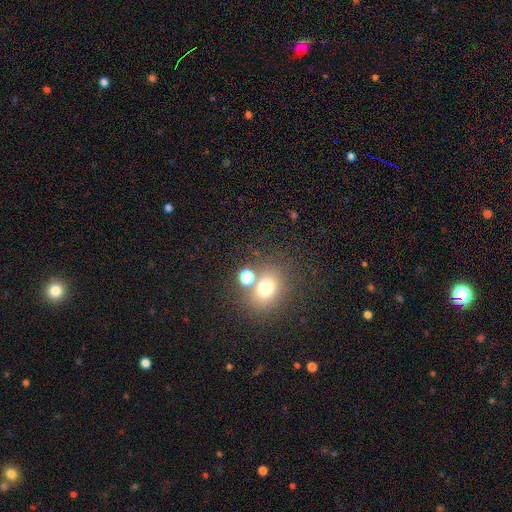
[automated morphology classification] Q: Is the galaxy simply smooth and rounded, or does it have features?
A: smooth — 58%.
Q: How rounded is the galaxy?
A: round — 67%.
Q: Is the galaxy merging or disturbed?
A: none — 64%.